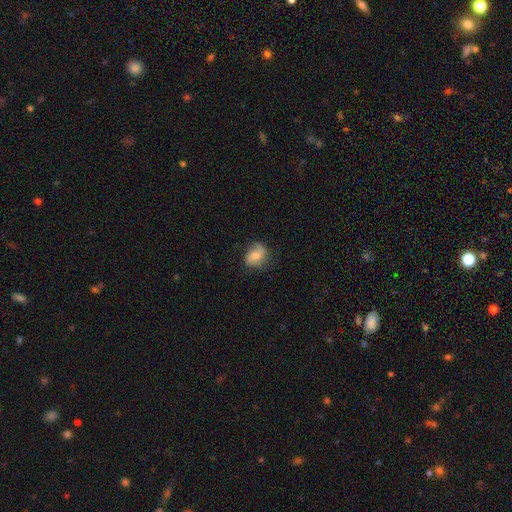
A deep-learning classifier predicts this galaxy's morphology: smooth_or_featured: featured or disk (p=0.50) [alt: smooth p=0.42]
merging: none (p=0.71) [alt: minor disturbance p=0.21]